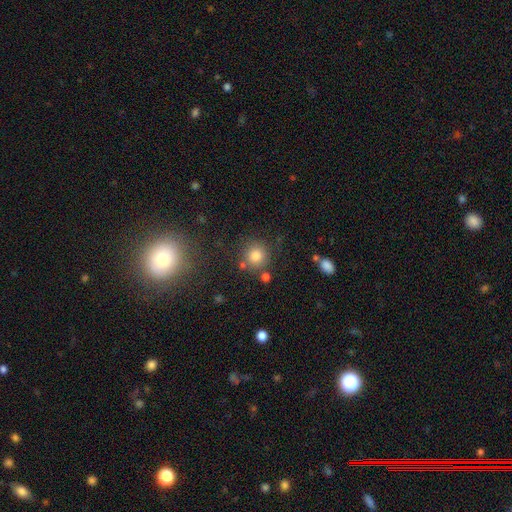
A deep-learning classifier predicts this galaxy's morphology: A smooth galaxy with no disk features (80%) that is round (90%).

Vote fractions:
- Smooth or featured? smooth: 80% / star or artifact: 13% / featured or disk: 7%
- How rounded? round: 90% / in between: 9% / cigar-shaped: 1%
- Merging? none: 76% / minor disturbance: 11% / merger: 9% / major disturbance: 4%